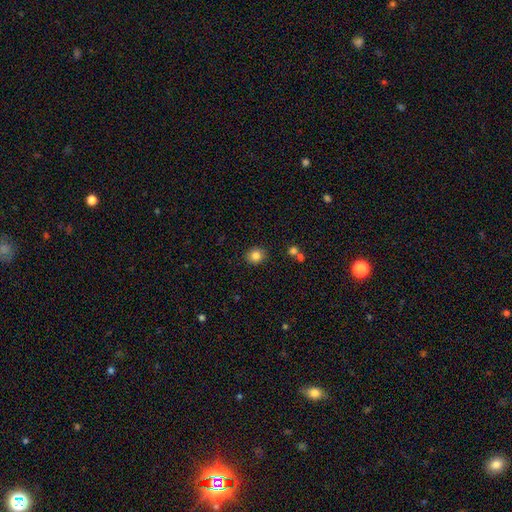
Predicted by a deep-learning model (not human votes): Overall: smooth (83%). How rounded: round (82%). Merging: none (89%).